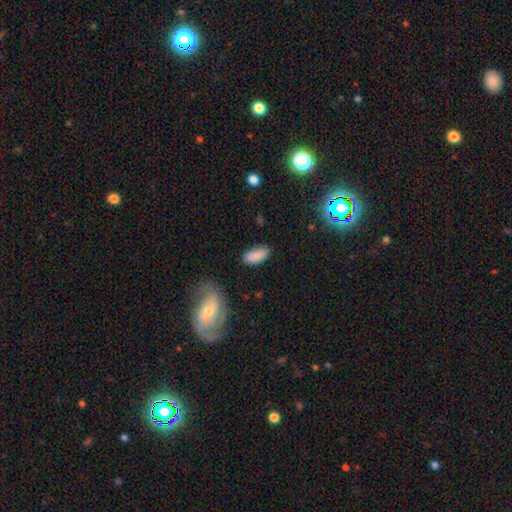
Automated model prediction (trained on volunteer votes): Morphology: type=smooth (87%); roundness=in between (88%); merging=none (82%).